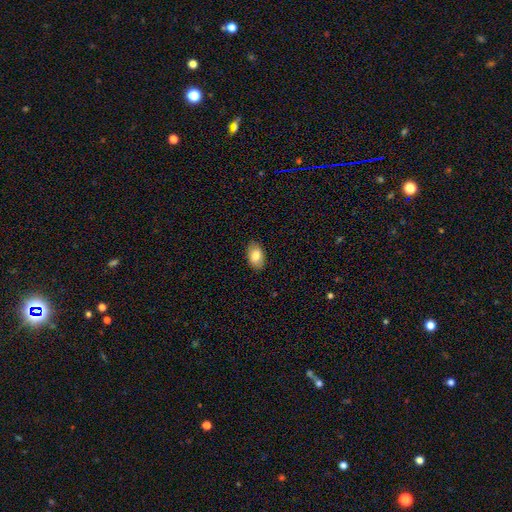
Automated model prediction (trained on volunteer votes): Morphology: type=smooth (83%); roundness=in between (91%); merging=none (86%).